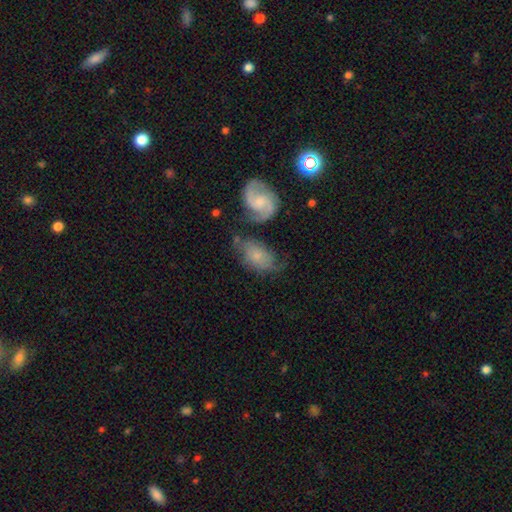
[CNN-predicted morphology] Smooth or featured? Predicted: featured or disk (p=0.52). Edge-on disk? Predicted: no (p=0.95). Merging? Predicted: none (p=0.45).